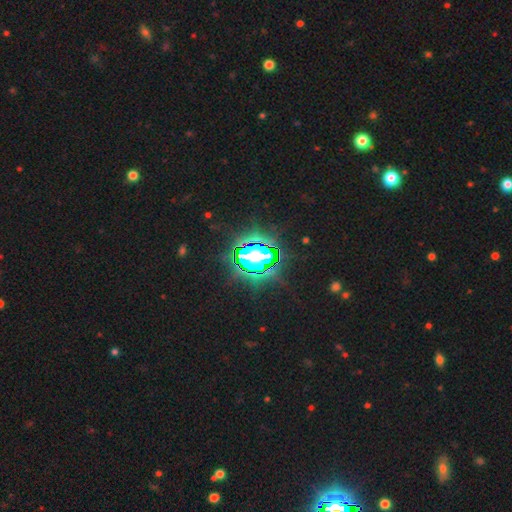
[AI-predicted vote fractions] The model was most divided on "smooth or featured": star or artifact: 81%, smooth: 12%, featured or disk: 7%.